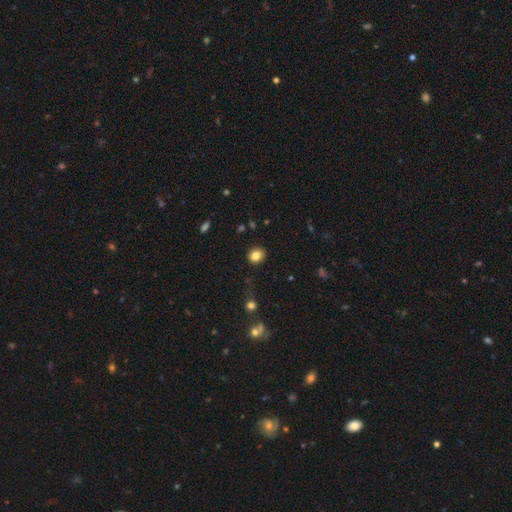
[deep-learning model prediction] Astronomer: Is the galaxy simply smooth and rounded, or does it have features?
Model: smooth — 82%.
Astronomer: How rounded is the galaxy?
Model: round — 78%.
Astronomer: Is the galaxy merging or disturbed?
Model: none — 89%.